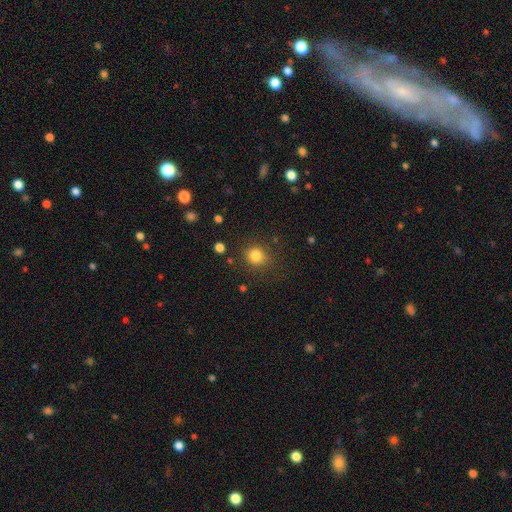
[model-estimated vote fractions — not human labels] Smooth or featured?
  - smooth: 82% *
  - star or artifact: 12%
  - featured or disk: 6%
How rounded?
  - round: 83% *
  - in between: 16%
  - cigar-shaped: 1%
Merging?
  - none: 84% *
  - minor disturbance: 10%
  - major disturbance: 4%
  - merger: 2%